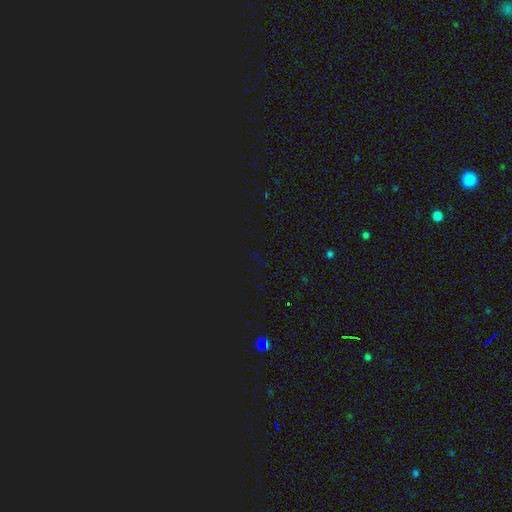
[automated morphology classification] Smooth or featured? star or artifact (79%)